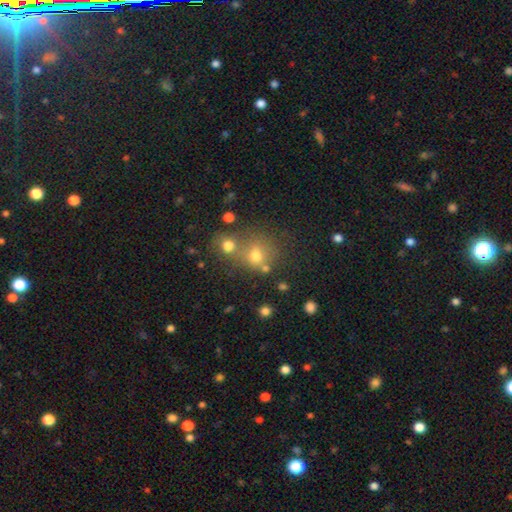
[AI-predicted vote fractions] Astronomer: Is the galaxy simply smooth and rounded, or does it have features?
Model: smooth — 66%.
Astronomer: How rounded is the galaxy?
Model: round — 76%.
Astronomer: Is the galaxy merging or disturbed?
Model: none — 47% (runner-up: merger, 37%).